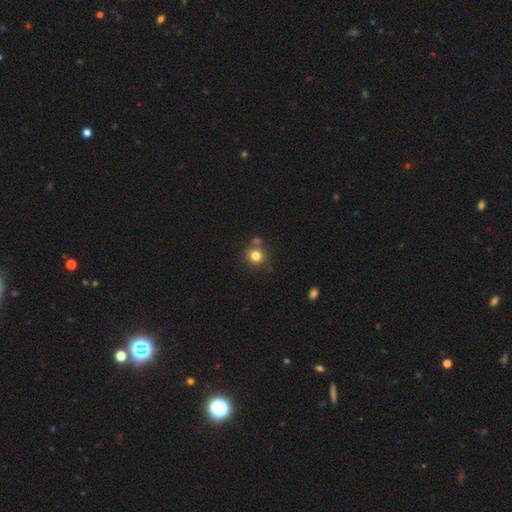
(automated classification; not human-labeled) Q: Smooth or featured?
A: smooth (80%); runner-up: star or artifact (13%)
Q: How rounded?
A: round (90%); runner-up: in between (9%)
Q: Merging?
A: none (73%); runner-up: merger (15%)